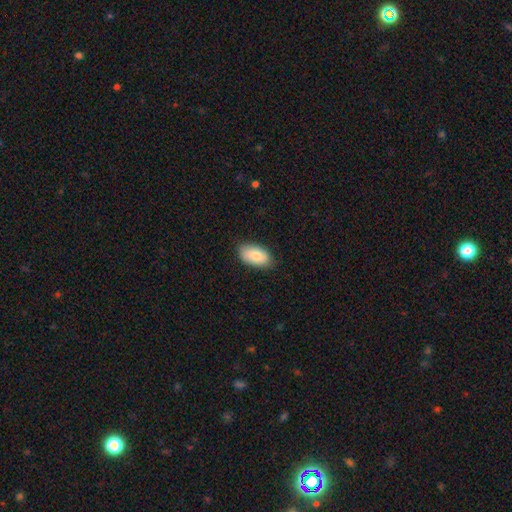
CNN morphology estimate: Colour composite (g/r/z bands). It shows a smooth galaxy with no disk features (82%) that is in between round and cigar-shaped (94%). Merging: none (83%).